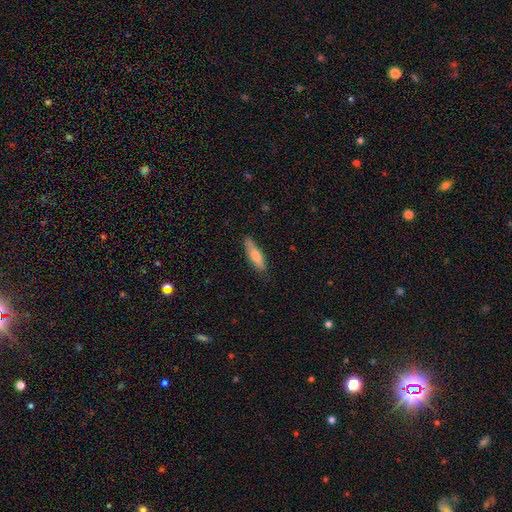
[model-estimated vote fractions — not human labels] Smooth or featured? smooth (67%)
How rounded? cigar-shaped (72%)
Merging? none (81%)